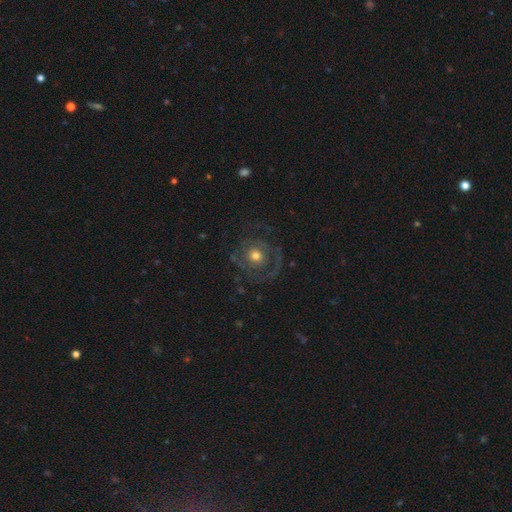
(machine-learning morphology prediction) Q: Smooth or featured?
A: featured or disk (60%); runner-up: smooth (32%)
Q: Edge-on disk?
A: no (97%); runner-up: yes (3%)
Q: Bar?
A: no (86%); runner-up: weak (12%)
Q: Spiral arms?
A: yes (55%); runner-up: no (45%)
Q: Bulge size?
A: moderate (66%); runner-up: small (23%)
Q: Merging?
A: none (62%); runner-up: major disturbance (20%)